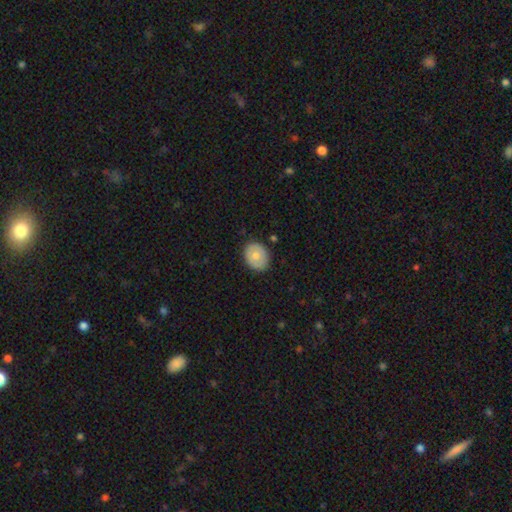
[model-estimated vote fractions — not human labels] Q: Smooth or featured?
A: smooth (69%); runner-up: featured or disk (24%)
Q: How rounded?
A: in between (55%); runner-up: round (44%)
Q: Merging?
A: none (85%); runner-up: minor disturbance (12%)